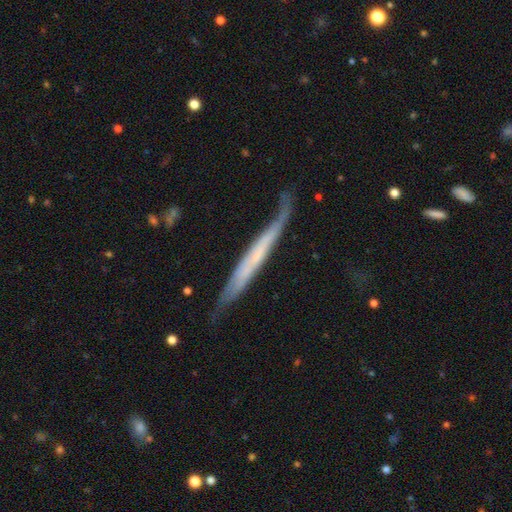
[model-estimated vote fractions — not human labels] Overall: featured or disk (61%; smooth 33%). Edge-on disk: yes (83%). Edge-on bulge: none (78%). Merging: none (59%; minor disturbance 28%).